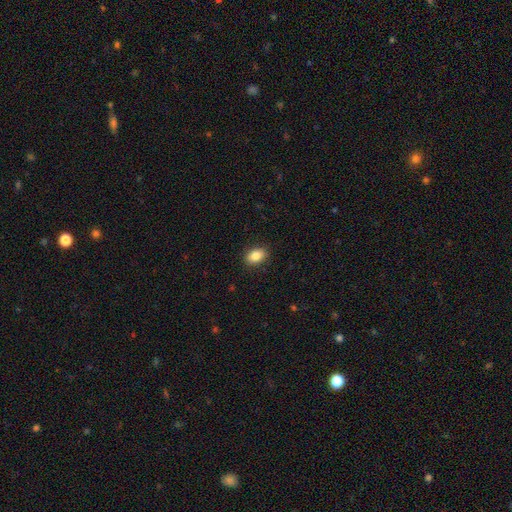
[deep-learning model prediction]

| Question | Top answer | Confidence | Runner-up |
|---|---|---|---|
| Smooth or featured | smooth | 85% | star or artifact (8%) |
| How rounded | in between | 81% | round (18%) |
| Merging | none | 88% | minor disturbance (9%) |